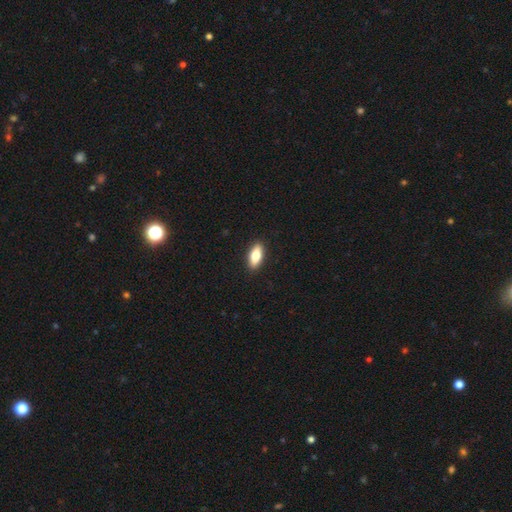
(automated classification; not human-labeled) smooth_or_featured: smooth (p=0.73) [alt: featured or disk p=0.21]
how_rounded: in between (p=0.78) [alt: cigar-shaped p=0.19]
merging: none (p=0.90) [alt: minor disturbance p=0.07]